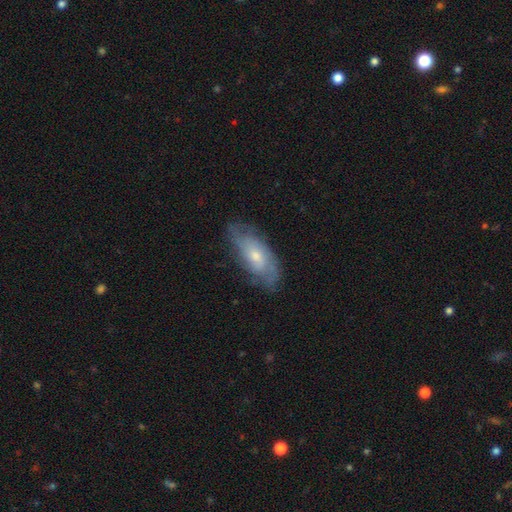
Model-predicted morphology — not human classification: smooth-or-featured: featured or disk: 60% | smooth: 34% | star or artifact: 7%
  disk-edge-on: no: 85% | yes: 15%
    bar: no: 73% | weak: 24% | strong: 4%
    has-spiral-arms: yes: 80% | no: 20%
    bulge-size: moderate: 49% | small: 44% | large: 4% | none: 2% | dominant: 1%
  merging: none: 72% | minor disturbance: 21% | major disturbance: 6% | merger: 1%